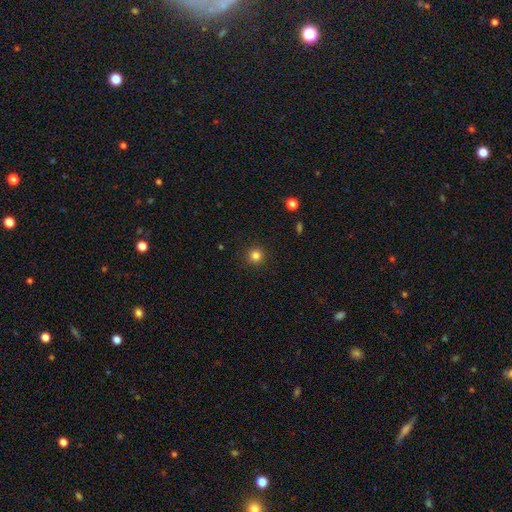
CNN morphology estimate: Smooth or featured? Predicted: smooth (p=0.82). How rounded? Predicted: round (p=0.95). Merging? Predicted: none (p=0.92).